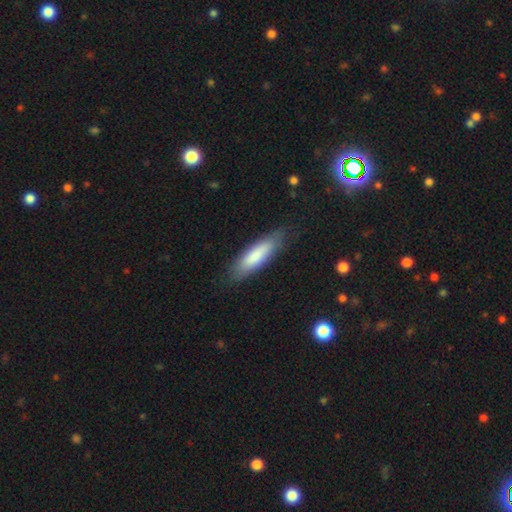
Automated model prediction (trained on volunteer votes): Smooth or featured? Predicted: smooth (p=0.79). How rounded? Predicted: cigar-shaped (p=0.55). Merging? Predicted: none (p=0.78).